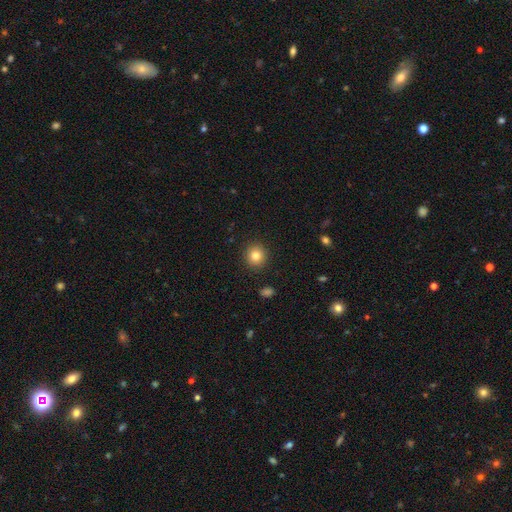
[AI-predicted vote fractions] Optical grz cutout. It shows a smooth galaxy with no disk features (82%) that is round (91%). Merging: none (91%).